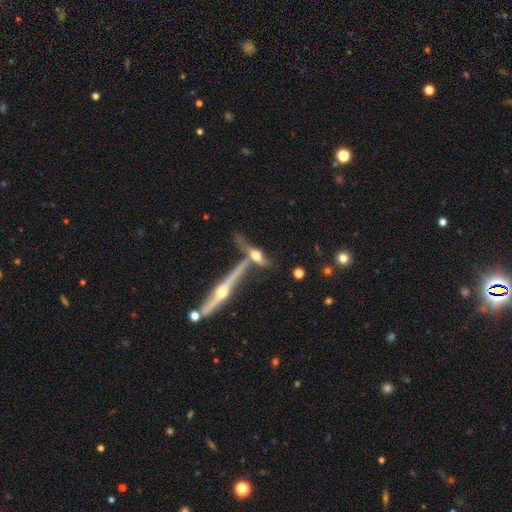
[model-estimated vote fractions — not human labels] A featured or disk galaxy (58%) viewed edge-on (83%).

Vote fractions:
- Smooth or featured? featured or disk: 58% / smooth: 32% / star or artifact: 10%
- Edge-on disk? yes: 83% / no: 17%
- Merging? none: 41% / merger: 38% / minor disturbance: 12% / major disturbance: 8%